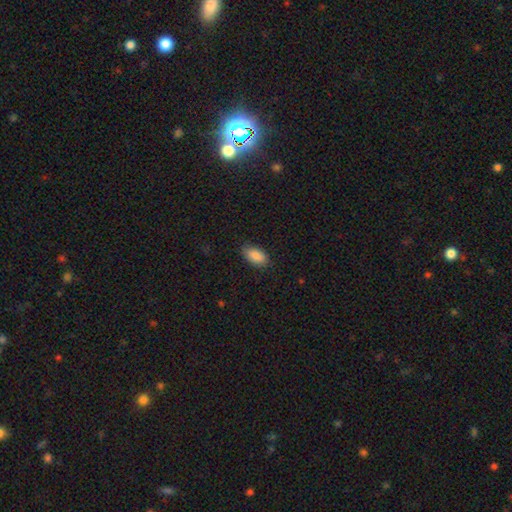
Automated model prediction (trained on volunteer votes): This appears to be a smooth galaxy with no disk features (88%) that is in between round and cigar-shaped (92%). Merging: none (83%).